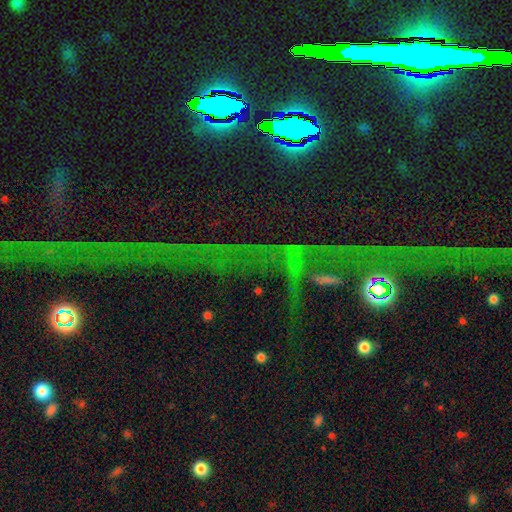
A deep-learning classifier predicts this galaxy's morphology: Q: Smooth or featured?
A: star or artifact (75%); runner-up: featured or disk (13%)